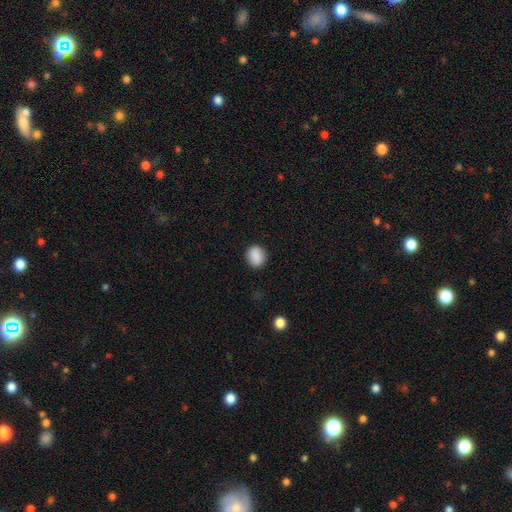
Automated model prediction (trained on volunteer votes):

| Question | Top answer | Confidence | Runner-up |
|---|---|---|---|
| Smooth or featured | smooth | 88% | star or artifact (8%) |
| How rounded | round | 72% | in between (27%) |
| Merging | none | 89% | minor disturbance (7%) |